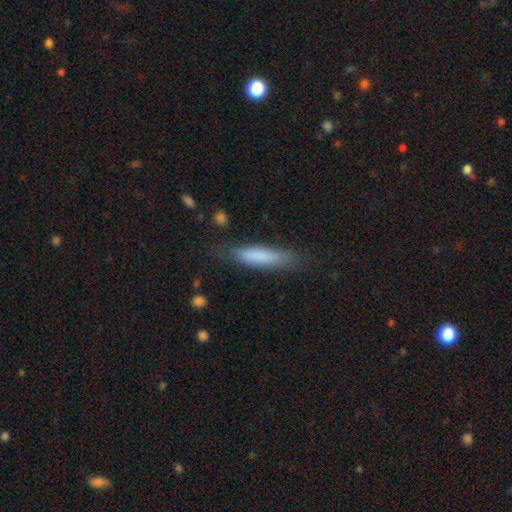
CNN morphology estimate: smooth_or_featured: smooth (p=0.77) [alt: featured or disk p=0.16]
how_rounded: cigar-shaped (p=0.84) [alt: in between p=0.15]
merging: none (p=0.78) [alt: minor disturbance p=0.16]